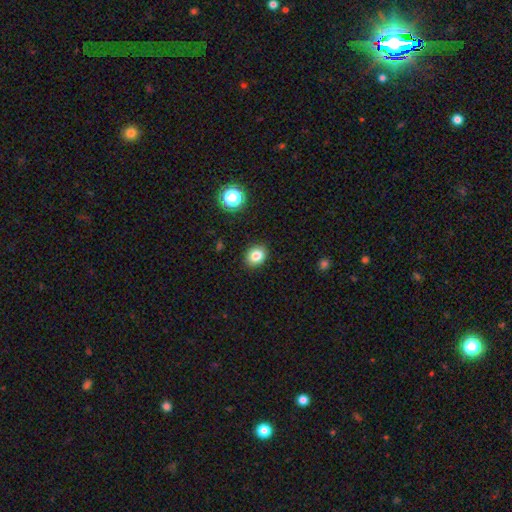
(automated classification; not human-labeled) Overall: smooth (82%). How rounded: round (55%; in between 44%). Merging: none (89%).